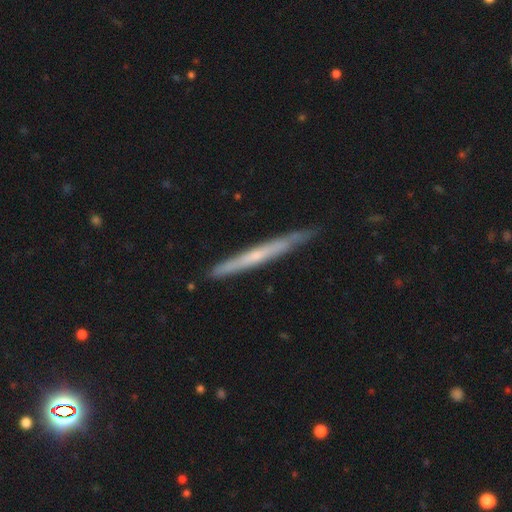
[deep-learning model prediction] smooth-or-featured: featured or disk: 63% | smooth: 30% | star or artifact: 7%
  disk-edge-on: yes: 95% | no: 5%
    edge-on-bulge: none: 65% | rounded: 31% | boxy: 4%
  merging: none: 86% | minor disturbance: 11% | major disturbance: 2% | merger: 1%